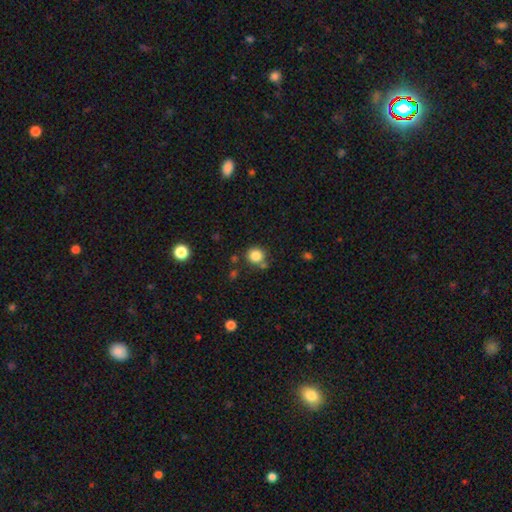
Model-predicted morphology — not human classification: smooth-or-featured: smooth: 84% | star or artifact: 11% | featured or disk: 5%
  how-rounded: round: 91% | in between: 8% | cigar-shaped: 1%
  merging: none: 76% | minor disturbance: 11% | merger: 10% | major disturbance: 4%